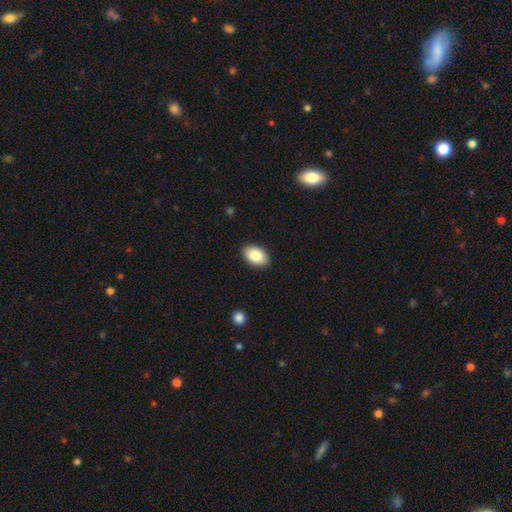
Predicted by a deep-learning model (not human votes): This appears to be a smooth galaxy with no disk features (87%) that is in between round and cigar-shaped (89%). Merging: none (89%).